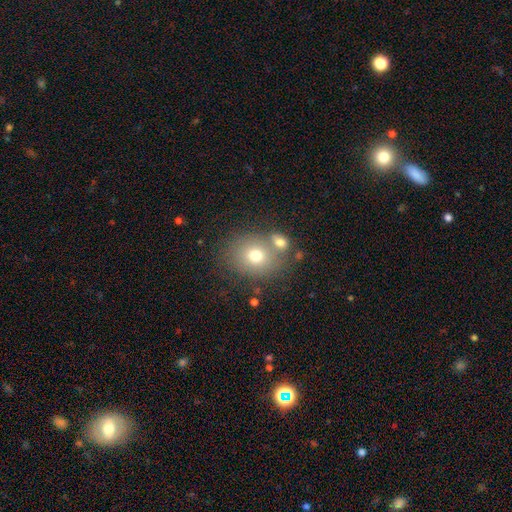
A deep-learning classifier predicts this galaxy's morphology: smooth_or_featured: smooth (p=0.71) [alt: featured or disk p=0.16]
how_rounded: round (p=0.64) [alt: in between p=0.35]
merging: none (p=0.58) [alt: merger p=0.24]